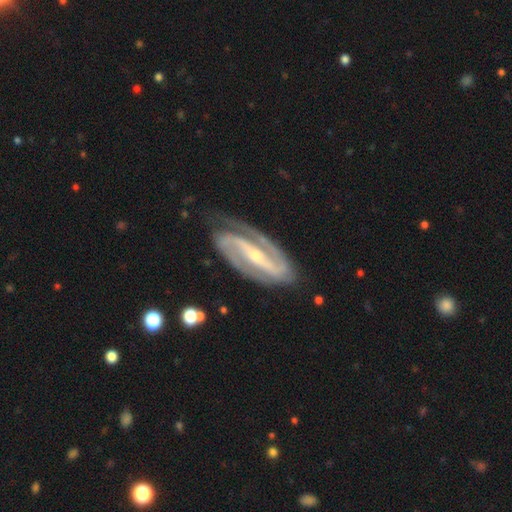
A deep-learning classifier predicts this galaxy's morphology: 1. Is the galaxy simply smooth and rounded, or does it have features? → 92% featured or disk, 4% star or artifact, 4% smooth.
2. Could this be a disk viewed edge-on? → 95% no, 5% yes.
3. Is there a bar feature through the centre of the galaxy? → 70% strong, 18% weak, 12% no.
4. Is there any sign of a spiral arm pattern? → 98% yes, 2% no.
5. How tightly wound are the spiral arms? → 48% medium, 37% tight, 14% loose.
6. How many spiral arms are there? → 92% 2, 2% can't tell, 2% 3, 2% 1, 1% 4, 1% more than 4.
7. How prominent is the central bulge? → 66% small, 30% moderate, 1% large, 1% none, 1% dominant.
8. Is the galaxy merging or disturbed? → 77% none, 16% minor disturbance, 6% major disturbance, 2% merger.